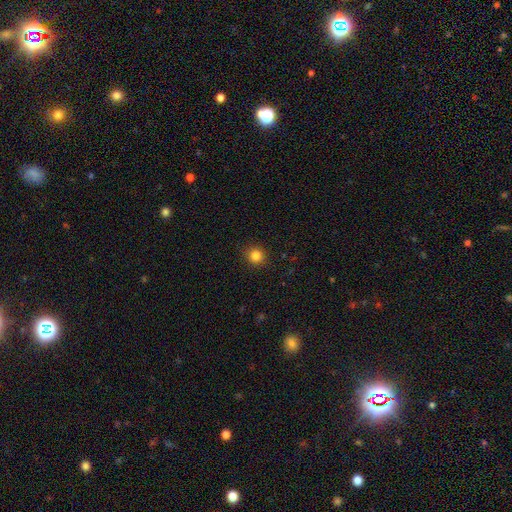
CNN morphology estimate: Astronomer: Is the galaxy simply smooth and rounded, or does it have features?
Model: smooth — 84%.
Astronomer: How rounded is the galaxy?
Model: round — 91%.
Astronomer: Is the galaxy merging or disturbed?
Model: none — 91%.